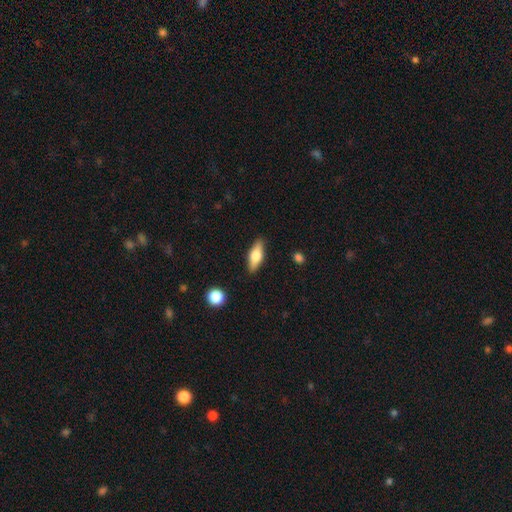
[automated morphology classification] This appears to be a smooth galaxy with no disk features (53%) that is in between round and cigar-shaped (63%). Merging: none (87%).